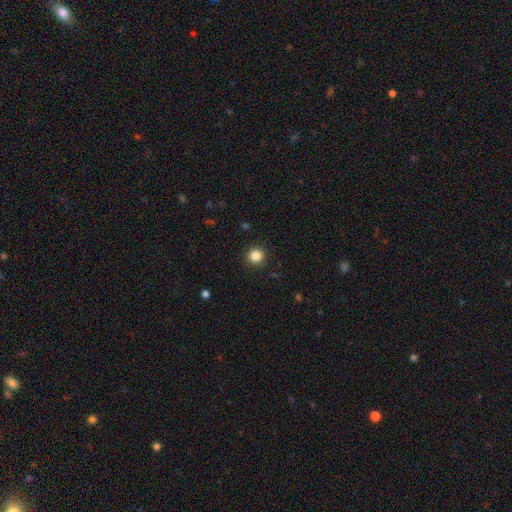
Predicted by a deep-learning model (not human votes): Overall: smooth (86%). How rounded: round (92%). Merging: none (91%).